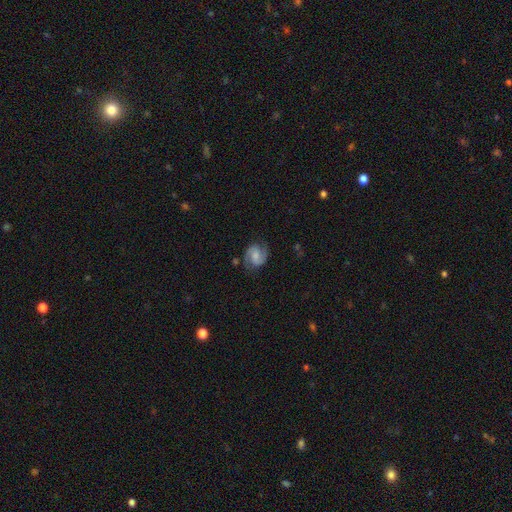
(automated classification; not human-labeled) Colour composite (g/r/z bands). It shows a featured or disk galaxy (81%) with a weak bar (47%), 2 (92%) medium (54%) spiral arms (97%) and a moderate central bulge (42%). Merging: none (79%).